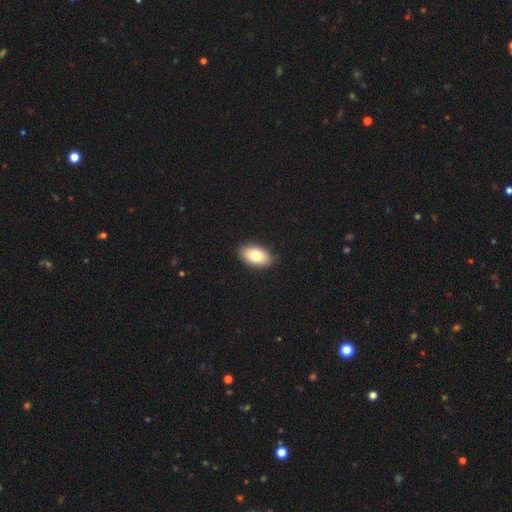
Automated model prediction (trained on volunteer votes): Q: Smooth or featured?
A: smooth (79%); runner-up: featured or disk (14%)
Q: How rounded?
A: in between (92%); runner-up: round (6%)
Q: Merging?
A: none (89%); runner-up: minor disturbance (9%)